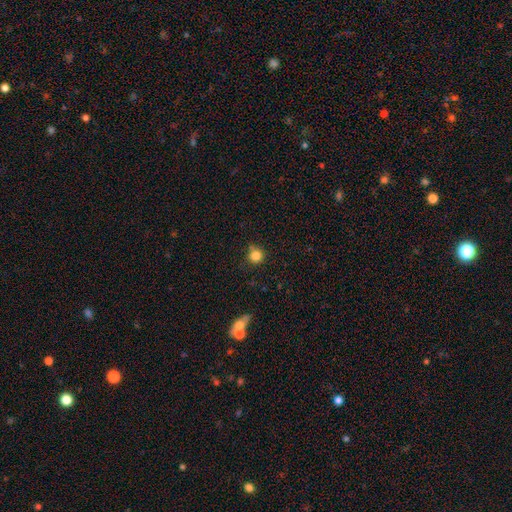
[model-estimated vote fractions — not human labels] Smooth or featured: smooth — 83% (star or artifact — 11%)
How rounded: round — 92% (in between — 7%)
Merging: none — 73% (minor disturbance — 14%)